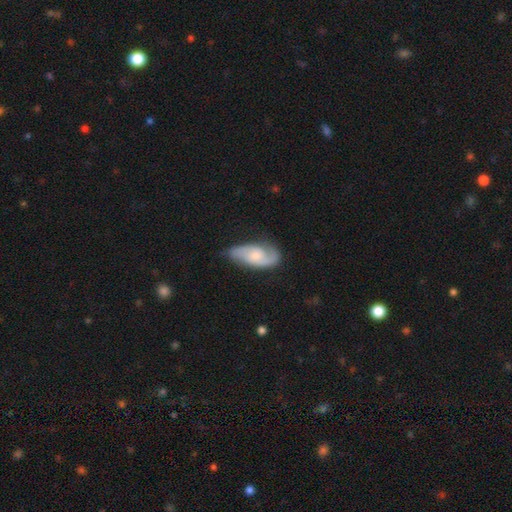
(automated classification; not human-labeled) A featured or disk galaxy (66%) with no bar (67%), 2 (72%) medium (43%) spiral arms (91%) and a small central bulge (50%).

Vote fractions:
- Smooth or featured? featured or disk: 66% / smooth: 28% / star or artifact: 5%
- Edge-on disk? no: 94% / yes: 6%
- Bar? no: 67% / weak: 28% / strong: 5%
- Spiral arms? yes: 91% / no: 9%
- Spiral winding? medium: 43% / loose: 30% / tight: 28%
- Spiral arm count? 2: 72% / 1: 13% / can't tell: 11% / 3: 2% / 4: 1% / more than 4: 1%
- Bulge size? small: 50% / moderate: 41% / none: 5% / large: 4% / dominant: 1%
- Merging? none: 63% / minor disturbance: 26% / major disturbance: 9% / merger: 2%